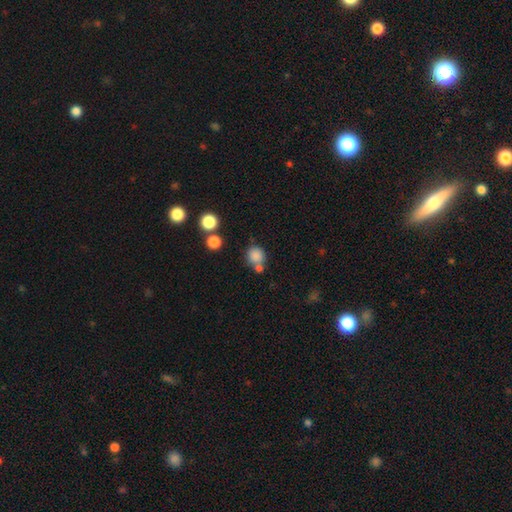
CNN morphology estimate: A smooth galaxy with no disk features (83%) that is round (88%). Merging: none (64%).